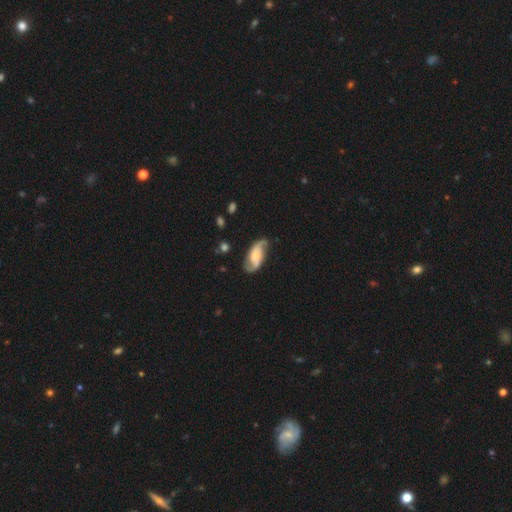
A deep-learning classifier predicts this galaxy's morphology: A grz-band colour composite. It shows a featured or disk galaxy (76%) with no bar (50%), 2 (90%) medium (44%) spiral arms (95%) and a moderate central bulge (29%). Merging: none (72%).